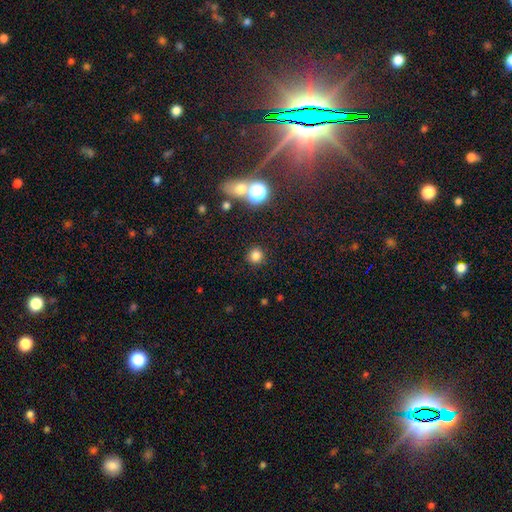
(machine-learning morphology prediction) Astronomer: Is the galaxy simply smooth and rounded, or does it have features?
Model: smooth — 80%.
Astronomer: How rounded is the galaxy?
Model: round — 93%.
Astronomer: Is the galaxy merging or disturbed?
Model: none — 89%.